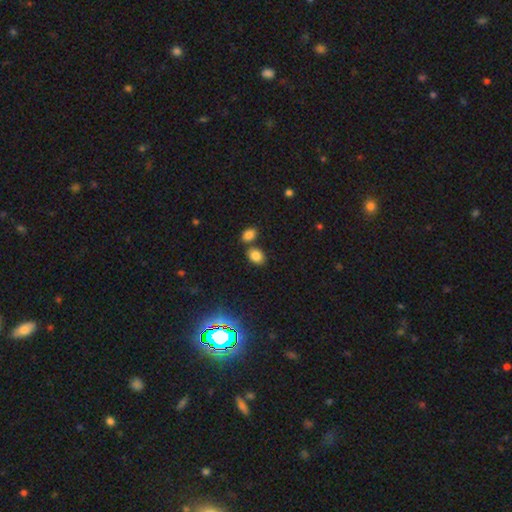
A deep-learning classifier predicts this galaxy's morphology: Overall: smooth (82%). How rounded: in between (75%). Merging: none (66%).